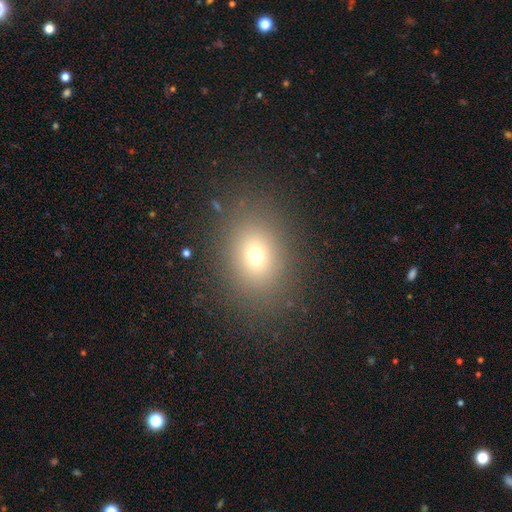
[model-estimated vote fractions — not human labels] A smooth galaxy with no disk features (69%) that is in between round and cigar-shaped (60%). Merging: none (86%).